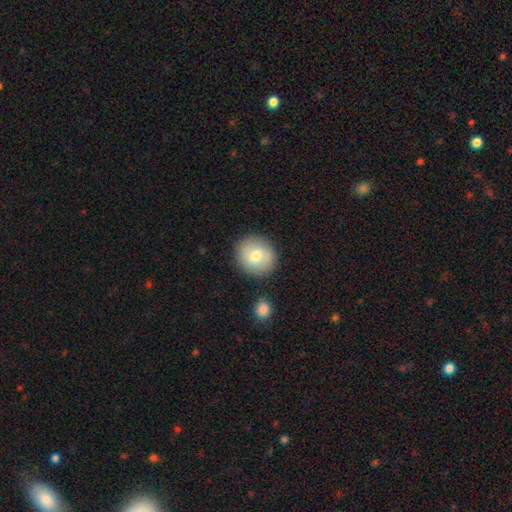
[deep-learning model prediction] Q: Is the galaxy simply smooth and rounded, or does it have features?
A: smooth — 75%.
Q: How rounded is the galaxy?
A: round — 85%.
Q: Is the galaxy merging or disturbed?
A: none — 84%.